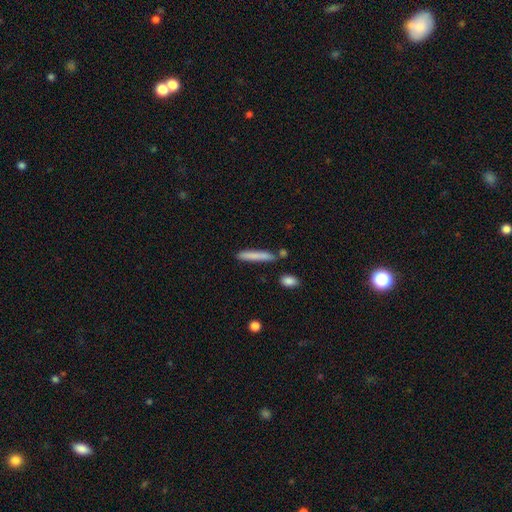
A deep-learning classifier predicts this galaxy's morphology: This is likely a smooth galaxy (78%). How rounded: clearly cigar-shaped (93%). Merging: likely none (79%).